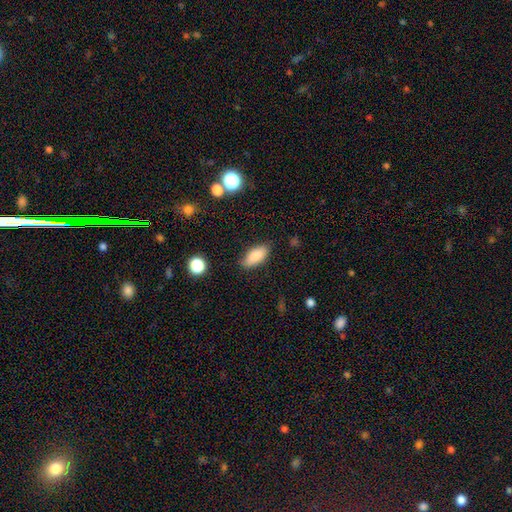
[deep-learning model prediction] Q: Smooth or featured?
A: smooth (84%); runner-up: featured or disk (8%)
Q: How rounded?
A: in between (86%); runner-up: cigar-shaped (11%)
Q: Merging?
A: none (81%); runner-up: minor disturbance (14%)